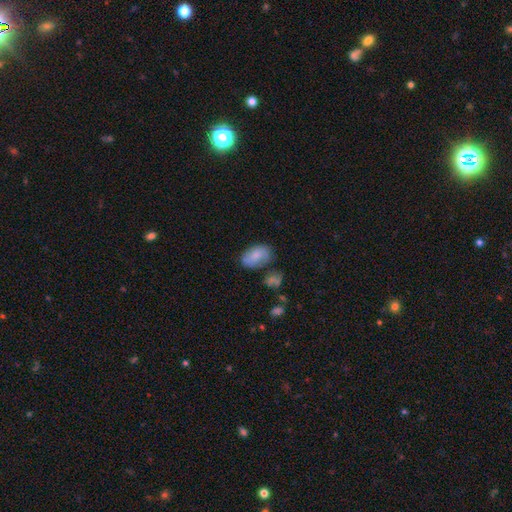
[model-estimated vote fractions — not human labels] smooth_or_featured: smooth (p=0.71) [alt: featured or disk p=0.21]
how_rounded: in between (p=0.89) [alt: round p=0.10]
merging: none (p=0.59) [alt: minor disturbance p=0.24]